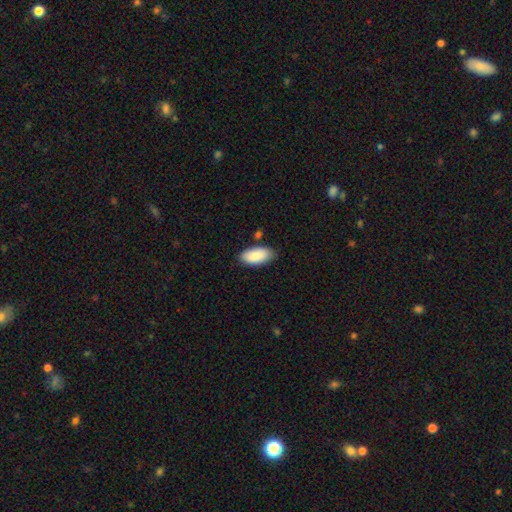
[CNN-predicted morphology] Overall: smooth (87%). How rounded: in between (94%). Merging: none (80%).